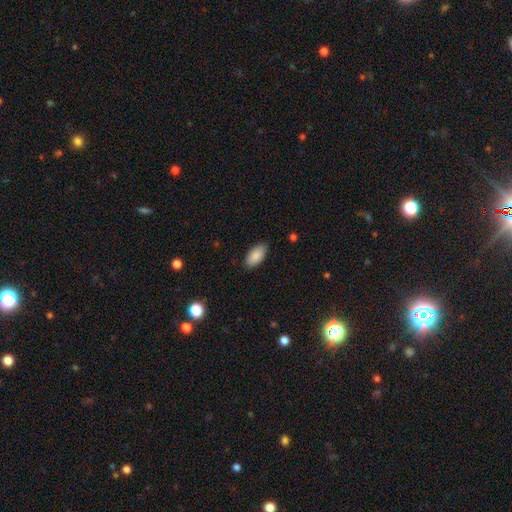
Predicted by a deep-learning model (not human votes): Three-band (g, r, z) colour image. It shows a smooth galaxy with no disk features (89%) that is in between round and cigar-shaped (93%). Merging: none (87%).